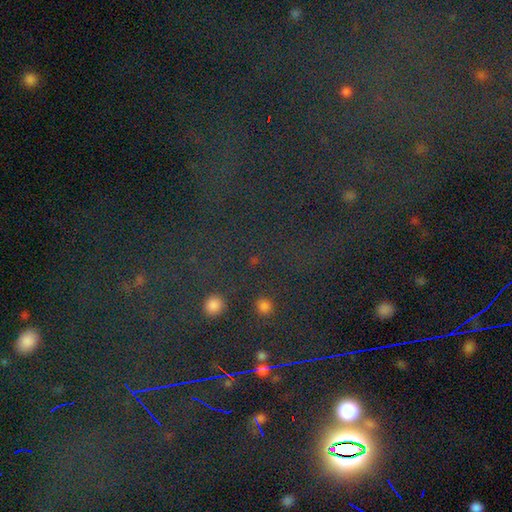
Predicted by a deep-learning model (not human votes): Smooth or featured? star or artifact (78%)